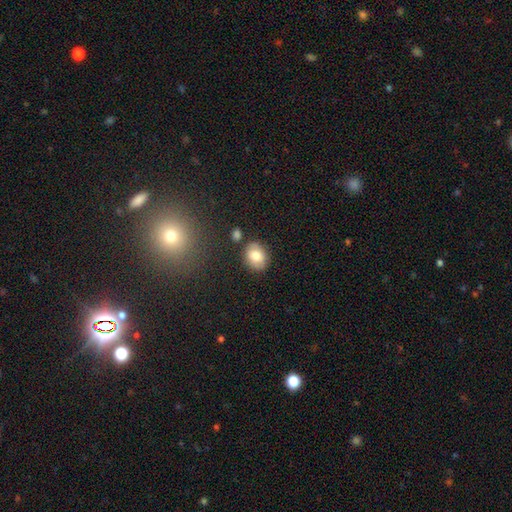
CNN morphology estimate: Smooth or featured? Predicted: smooth (p=0.78). How rounded? Predicted: in between (p=0.59). Merging? Predicted: none (p=0.80).